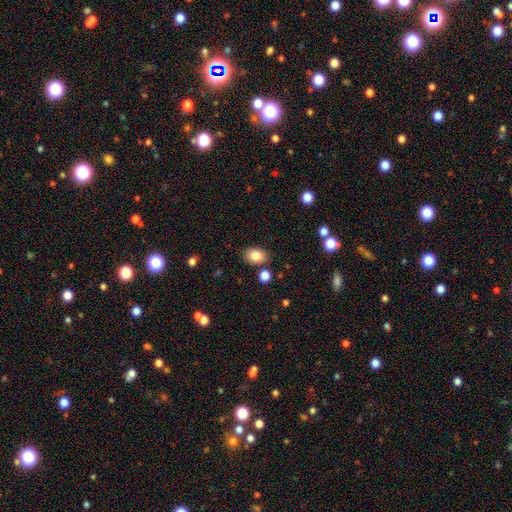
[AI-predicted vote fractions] Smooth or featured: smooth — 83% (star or artifact — 9%)
How rounded: in between — 75% (round — 24%)
Merging: none — 82% (minor disturbance — 11%)